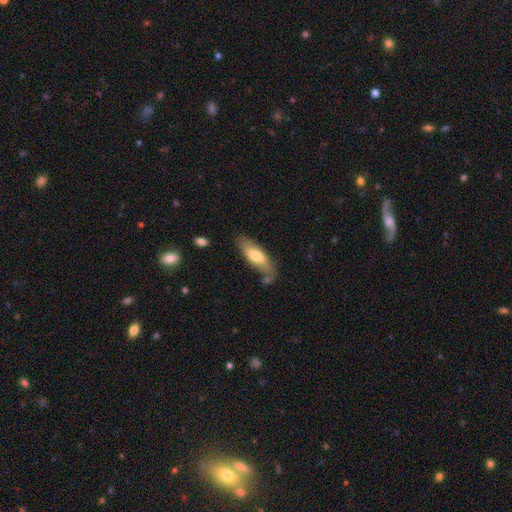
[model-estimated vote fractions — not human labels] Smooth or featured? smooth (66%)
How rounded? in between (67%)
Merging? none (62%)